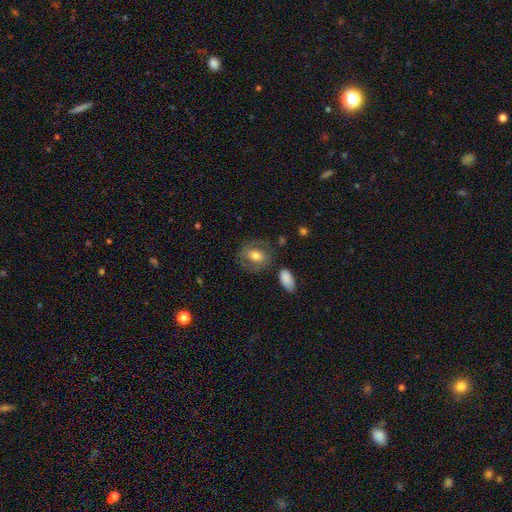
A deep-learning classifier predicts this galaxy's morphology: This is possibly a smooth galaxy (52%). How rounded: possibly in between (50%). Merging: likely none (71%).